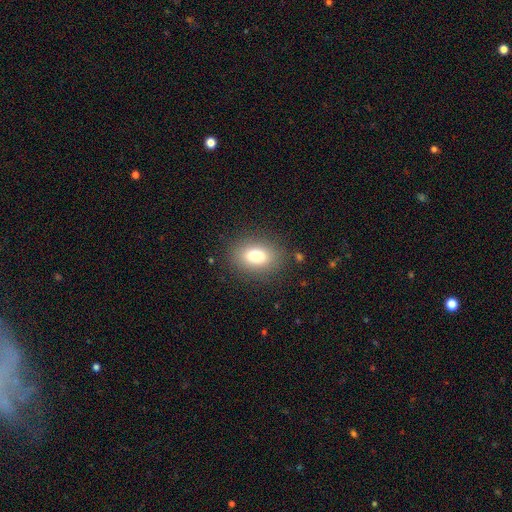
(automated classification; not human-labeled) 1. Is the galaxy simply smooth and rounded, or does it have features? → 83% smooth, 9% star or artifact, 8% featured or disk.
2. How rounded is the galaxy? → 84% in between, 14% round, 2% cigar-shaped.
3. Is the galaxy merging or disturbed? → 85% none, 10% minor disturbance, 3% major disturbance, 1% merger.